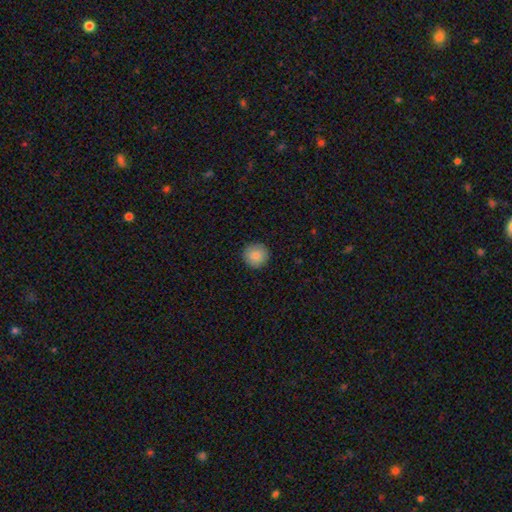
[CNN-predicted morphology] Smooth or featured?
  - smooth: 86% *
  - star or artifact: 8%
  - featured or disk: 6%
How rounded?
  - round: 94% *
  - in between: 5%
  - cigar-shaped: 1%
Merging?
  - none: 90% *
  - minor disturbance: 7%
  - major disturbance: 2%
  - merger: 1%